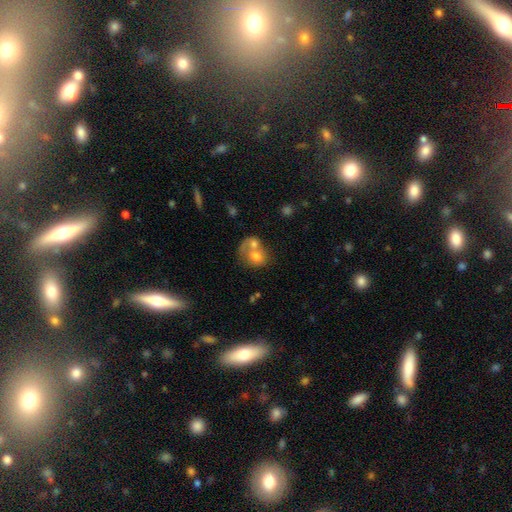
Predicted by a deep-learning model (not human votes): Overall: smooth (64%; featured or disk 28%). How rounded: round (54%; in between 45%). Merging: merger (69%).